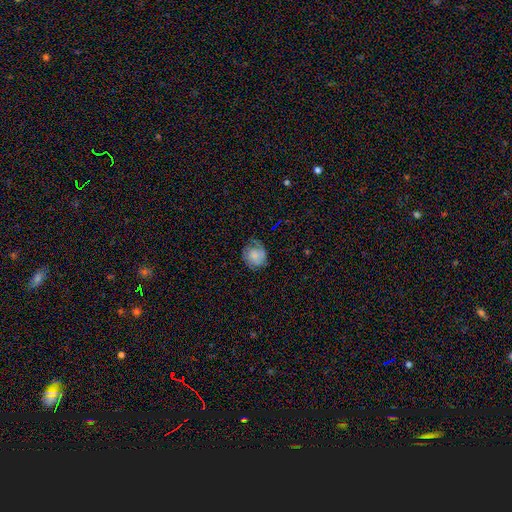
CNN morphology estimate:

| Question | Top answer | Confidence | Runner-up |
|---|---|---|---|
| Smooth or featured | smooth | 66% | featured or disk (25%) |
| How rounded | round | 79% | in between (20%) |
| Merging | none | 62% | minor disturbance (26%) |